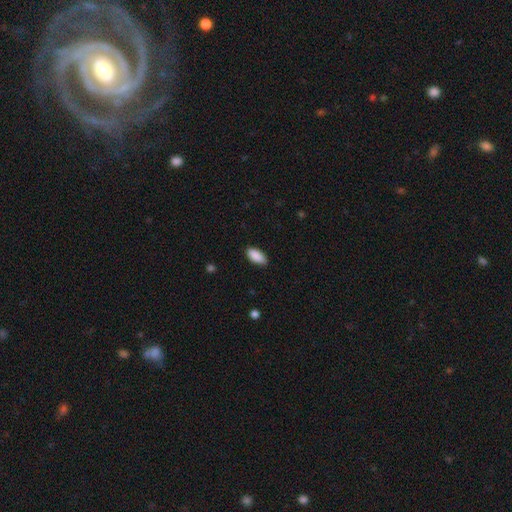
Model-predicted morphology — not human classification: Smooth or featured?
  - smooth: 90% *
  - star or artifact: 6%
  - featured or disk: 3%
How rounded?
  - in between: 92% *
  - cigar-shaped: 6%
  - round: 2%
Merging?
  - none: 86% *
  - minor disturbance: 11%
  - major disturbance: 2%
  - merger: 1%